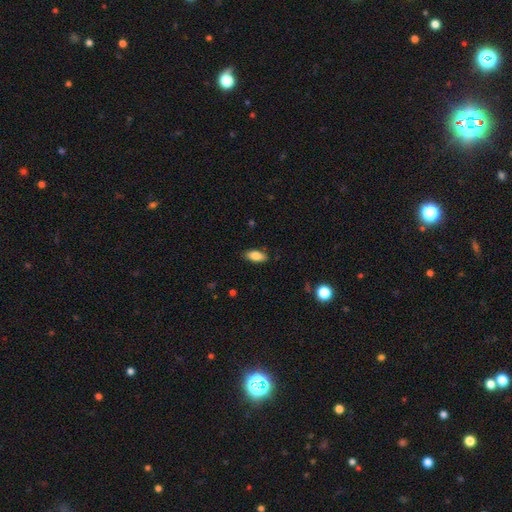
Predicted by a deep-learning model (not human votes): Smooth or featured? Predicted: smooth (p=0.82). How rounded? Predicted: in between (p=0.88). Merging? Predicted: none (p=0.85).